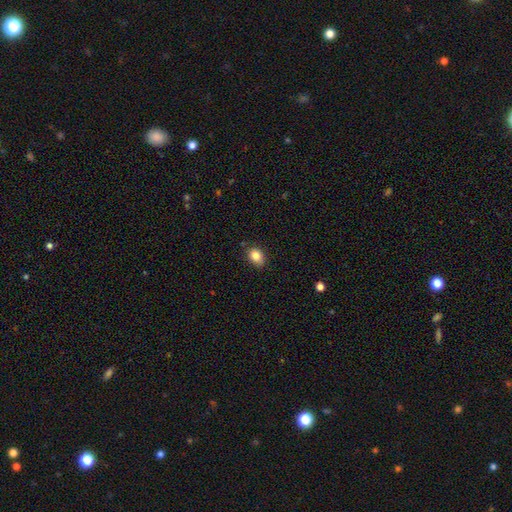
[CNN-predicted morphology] Overall: smooth (84%). How rounded: in between (64%; round 35%). Merging: none (82%).